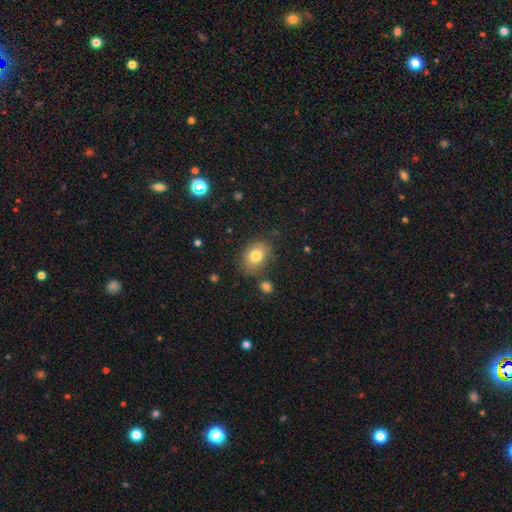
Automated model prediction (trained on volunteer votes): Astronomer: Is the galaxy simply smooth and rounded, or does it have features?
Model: smooth — 80%.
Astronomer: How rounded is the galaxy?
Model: in between — 74%.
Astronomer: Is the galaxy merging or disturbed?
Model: none — 77%.